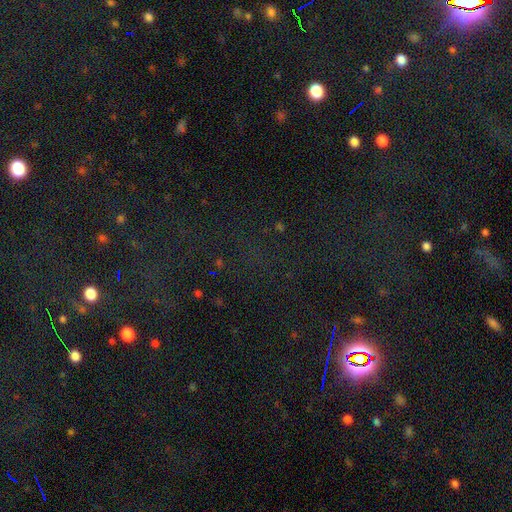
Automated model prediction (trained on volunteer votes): Smooth or featured: star or artifact — 76% (smooth — 16%)